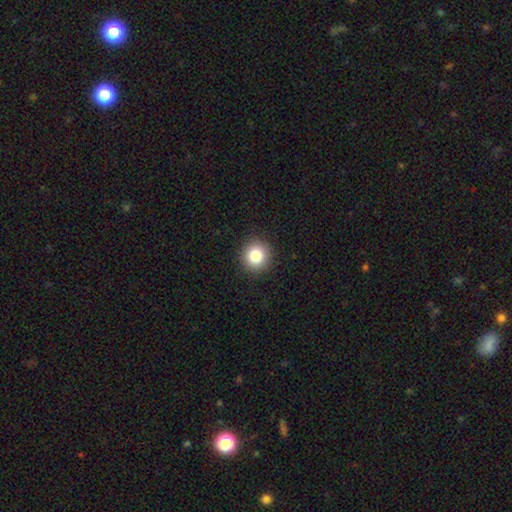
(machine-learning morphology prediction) This appears to be a smooth galaxy with no disk features (84%) that is round (94%). Merging: none (92%).